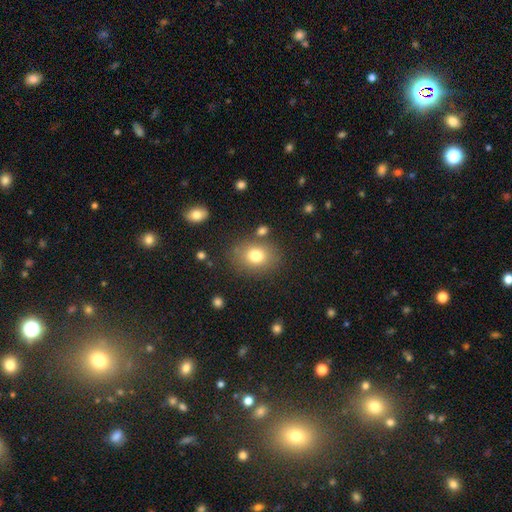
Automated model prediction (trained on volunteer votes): A smooth galaxy with no disk features (77%) that is in between round and cigar-shaped (52%).

Vote fractions:
- Smooth or featured? smooth: 77% / star or artifact: 12% / featured or disk: 12%
- How rounded? in between: 52% / round: 47% / cigar-shaped: 1%
- Merging? none: 78% / minor disturbance: 12% / merger: 5% / major disturbance: 5%